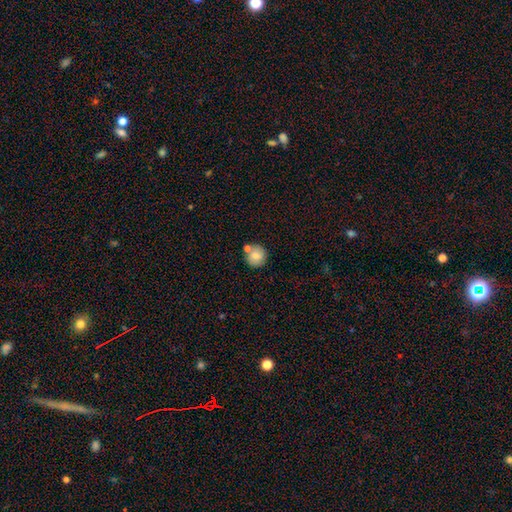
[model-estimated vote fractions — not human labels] Overall: smooth (80%). How rounded: round (91%). Merging: none (65%).